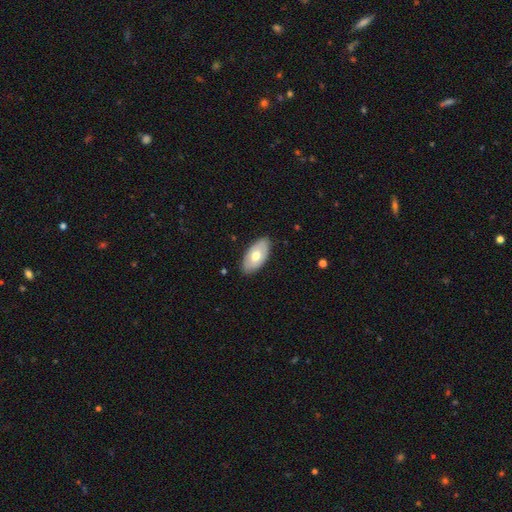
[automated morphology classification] A smooth galaxy with no disk features (61%) that is in between round and cigar-shaped (94%). Merging: none (85%).